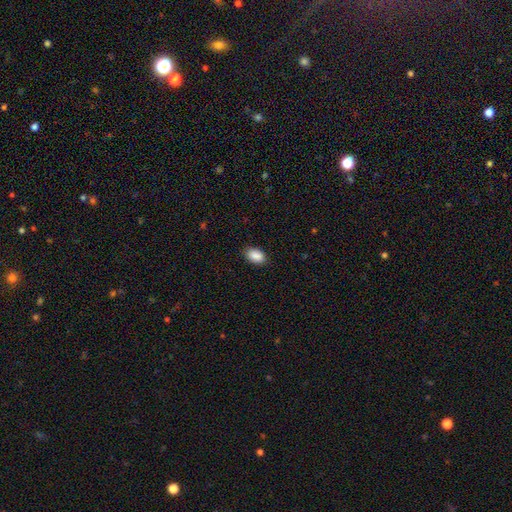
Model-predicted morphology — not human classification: Overall: smooth (90%). How rounded: in between (91%). Merging: none (86%).